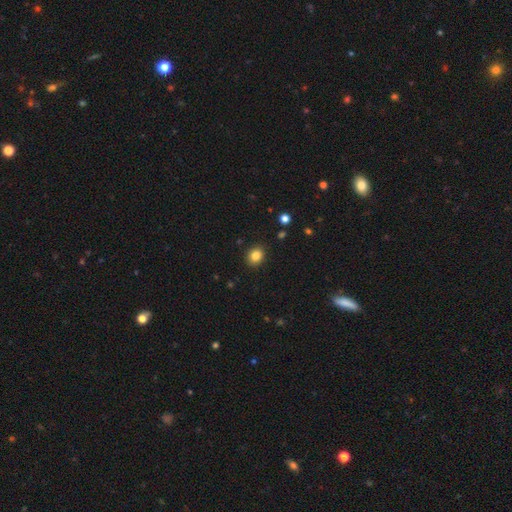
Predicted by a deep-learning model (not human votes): Smooth or featured? smooth (84%)
How rounded? round (66%)
Merging? none (90%)